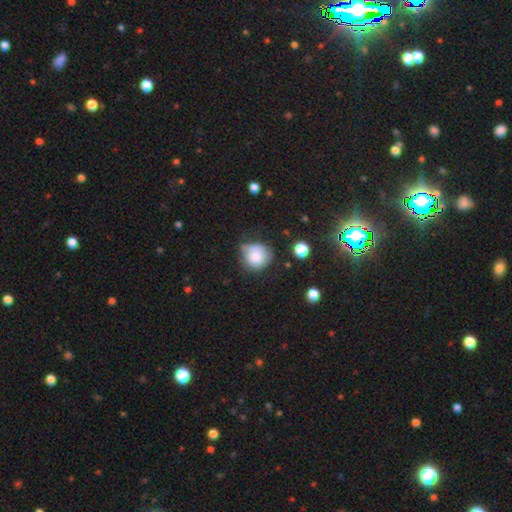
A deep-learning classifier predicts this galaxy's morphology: Smooth or featured? Predicted: smooth (p=0.77). How rounded? Predicted: round (p=0.83). Merging? Predicted: none (p=0.47).